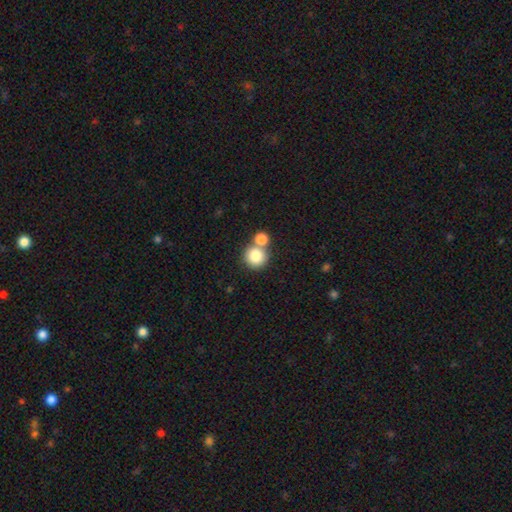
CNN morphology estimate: Overall: smooth (82%). How rounded: round (91%). Merging: none (52%; merger 38%).